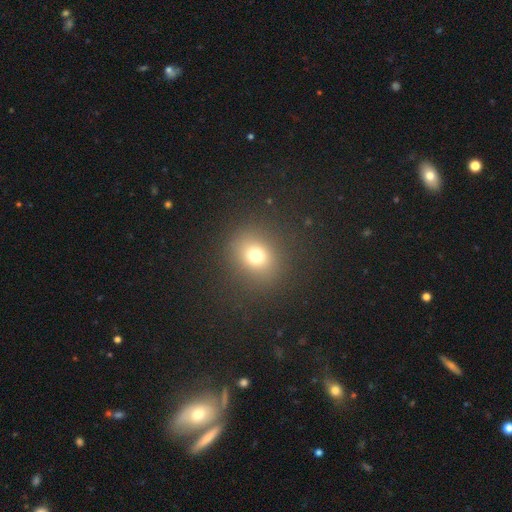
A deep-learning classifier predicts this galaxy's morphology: Smooth or featured? Predicted: smooth (p=0.72). How rounded? Predicted: round (p=0.74). Merging? Predicted: none (p=0.87).